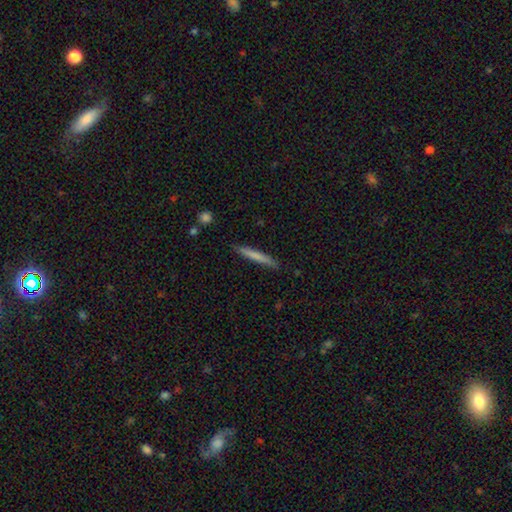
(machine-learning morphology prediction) Smooth or featured?
  - smooth: 71% *
  - featured or disk: 23%
  - star or artifact: 6%
How rounded?
  - cigar-shaped: 96% *
  - in between: 3%
  - round: 1%
Merging?
  - none: 88% *
  - minor disturbance: 9%
  - major disturbance: 2%
  - merger: 1%